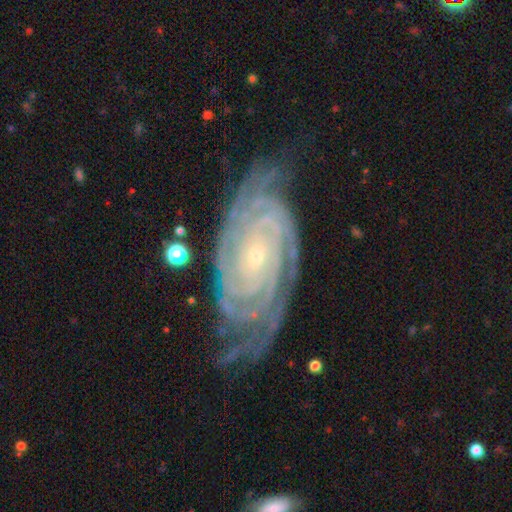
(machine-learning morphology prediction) Overall: featured or disk (92%). Edge-on disk: no (96%). Bar: no (69%). Spiral arms: yes (99%). Spiral arm count: 4 (26%; more than 4 18%). Spiral winding: tight (86%). Bulge size: small (82%). Merging: none (72%).